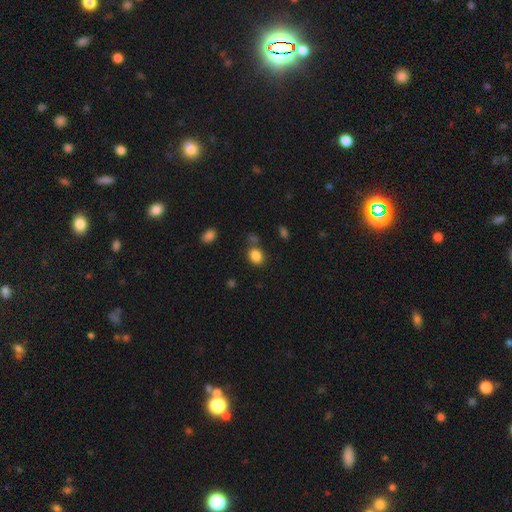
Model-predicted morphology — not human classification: A smooth galaxy with no disk features (85%) that is in between round and cigar-shaped (54%). Merging: none (72%).